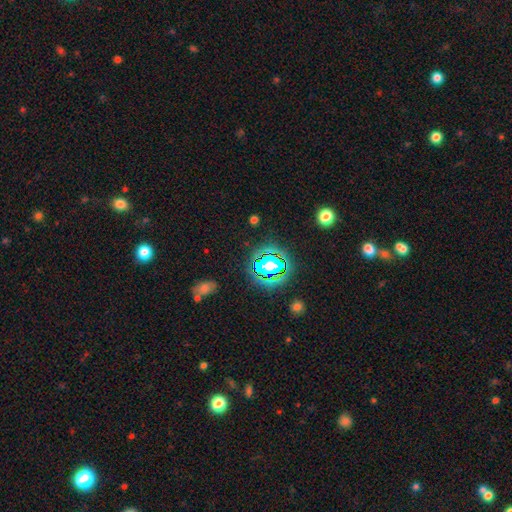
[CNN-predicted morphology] star or artifact 78%, smooth 14%, featured or disk 8%.